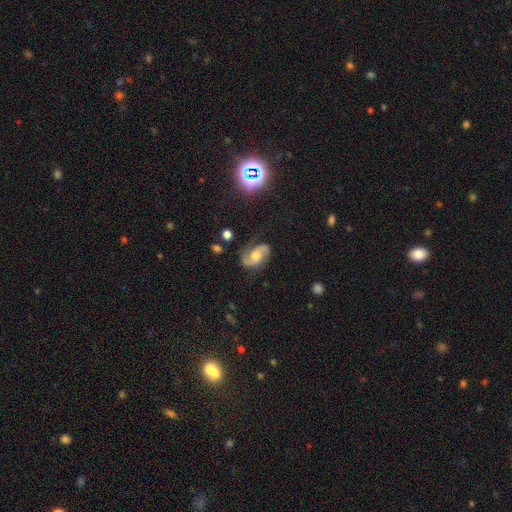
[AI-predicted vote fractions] Smooth or featured? featured or disk (82%)
Edge-on disk? no (97%)
Bar? no (58%)
Spiral arms? yes (96%)
Spiral winding? medium (52%)
Spiral arm count? 2 (91%)
Bulge size? moderate (50%)
Merging? none (74%)